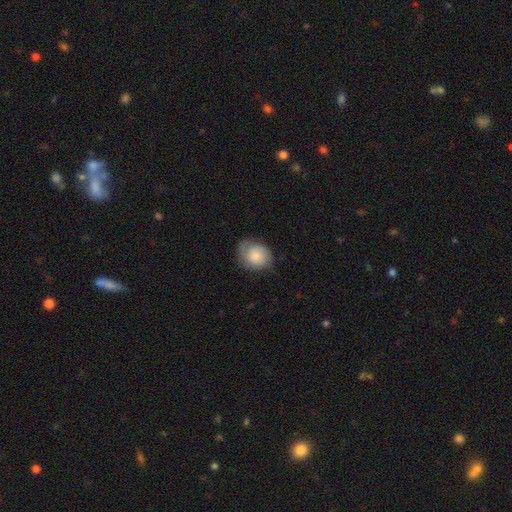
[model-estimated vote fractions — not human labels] Morphology: type=smooth (69%); roundness=round (57%); merging=none (54%).